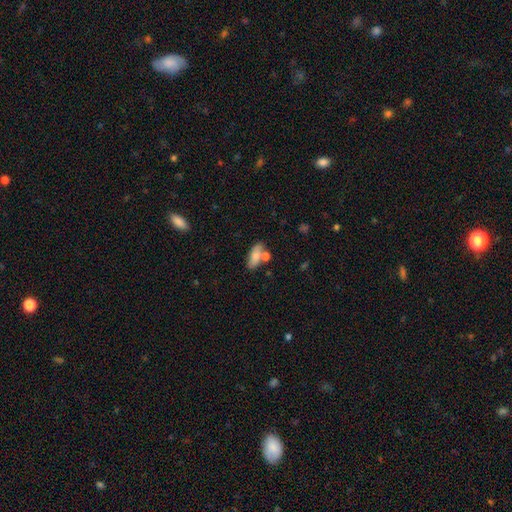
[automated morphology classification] A smooth galaxy with no disk features (77%) that is in between round and cigar-shaped (77%).

Vote fractions:
- Smooth or featured? smooth: 77% / featured or disk: 15% / star or artifact: 8%
- How rounded? in between: 77% / cigar-shaped: 19% / round: 4%
- Merging? none: 58% / merger: 20% / minor disturbance: 17% / major disturbance: 5%